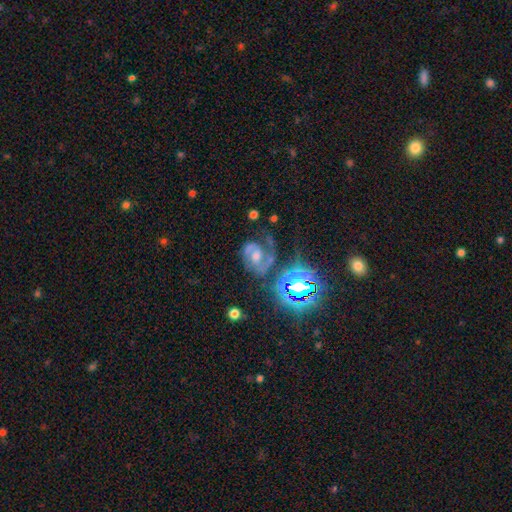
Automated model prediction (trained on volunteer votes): Smooth or featured: featured or disk — 72% (star or artifact — 18%)
Edge-on disk: no — 97% (yes — 3%)
Bar: no — 48% (weak — 36%)
Spiral arms: yes — 93% (no — 7%)
Spiral winding: medium — 51% (tight — 34%)
Spiral arm count: 2 — 75% (can't tell — 9%)
Bulge size: moderate — 58% (small — 30%)
Merging: none — 57% (minor disturbance — 20%)